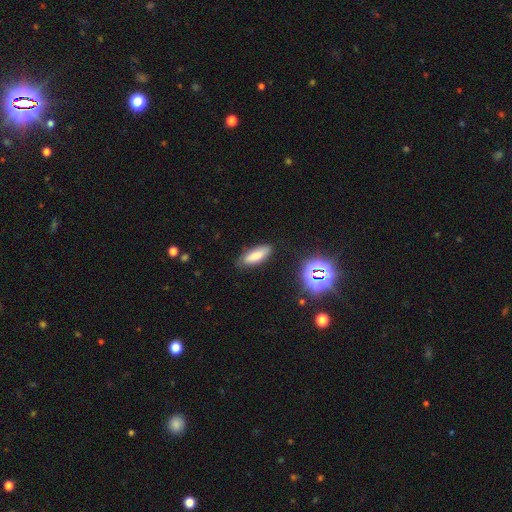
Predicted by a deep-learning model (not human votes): The model was most divided on "how rounded": in between: 63%, cigar-shaped: 35%, round: 2%. More confident: merging — none (81%); smooth or featured — smooth (77%).